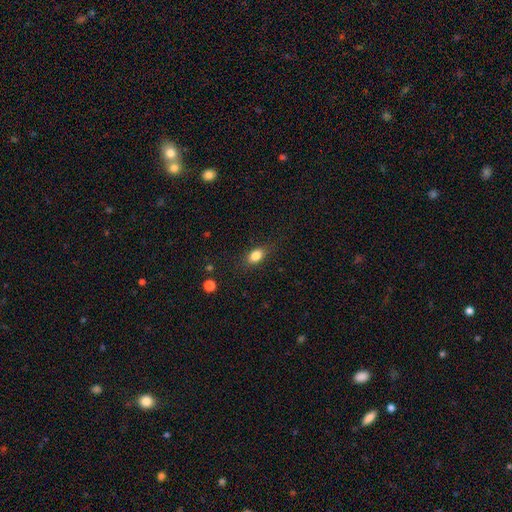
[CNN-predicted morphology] smooth-or-featured: smooth: 83% | star or artifact: 9% | featured or disk: 8%
  how-rounded: in between: 78% | round: 17% | cigar-shaped: 5%
  merging: none: 83% | minor disturbance: 13% | major disturbance: 4% | merger: 1%